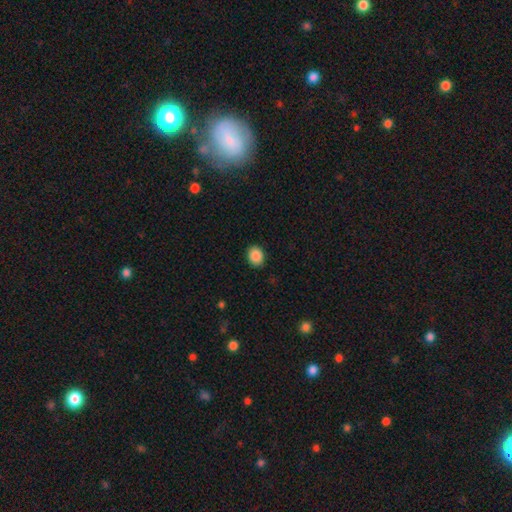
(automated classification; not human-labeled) Smooth or featured? smooth (89%)
How rounded? round (59%)
Merging? none (90%)